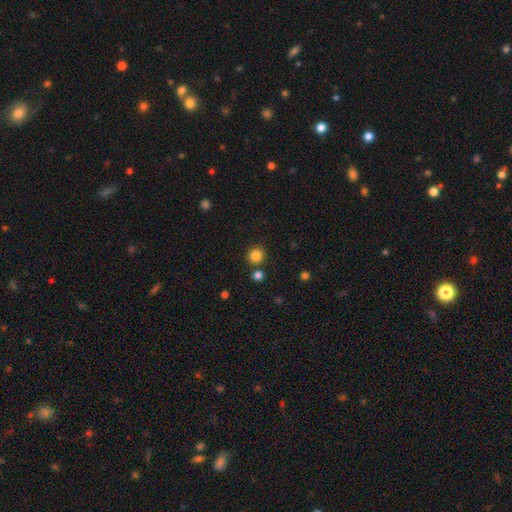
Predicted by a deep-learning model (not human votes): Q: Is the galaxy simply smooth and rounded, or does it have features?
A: smooth — 84%.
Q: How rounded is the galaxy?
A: round — 93%.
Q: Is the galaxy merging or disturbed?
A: none — 83%.